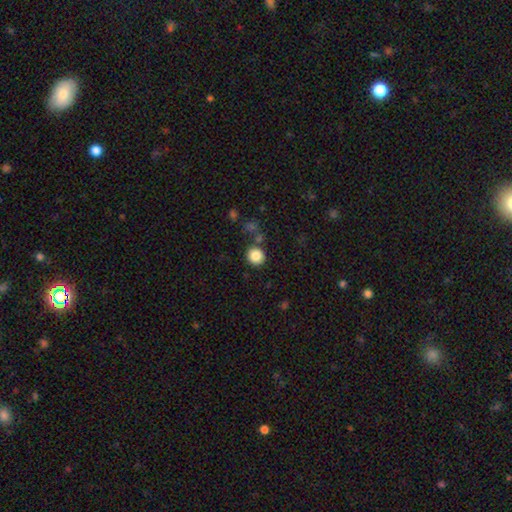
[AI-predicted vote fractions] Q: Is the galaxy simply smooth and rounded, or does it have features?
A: smooth — 86%.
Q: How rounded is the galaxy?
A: round — 92%.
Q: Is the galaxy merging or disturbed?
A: none — 84%.